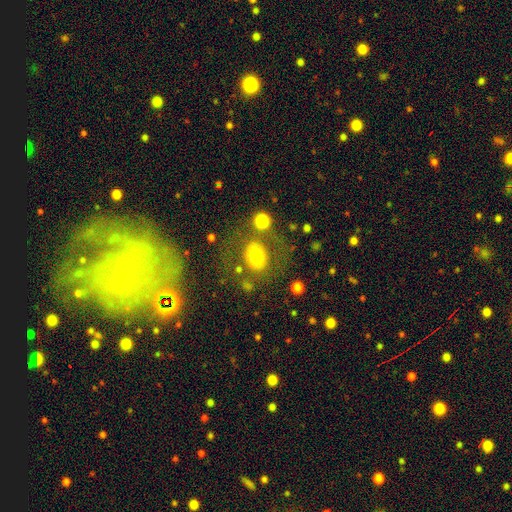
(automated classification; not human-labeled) Overall: smooth (67%). How rounded: round (65%; in between 33%). Merging: none (66%).